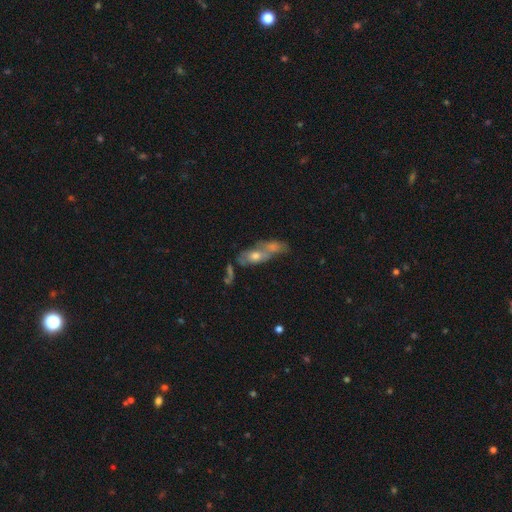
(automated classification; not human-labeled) Q: Smooth or featured?
A: featured or disk (53%); runner-up: smooth (34%)
Q: Edge-on disk?
A: no (73%); runner-up: yes (27%)
Q: Merging?
A: merger (52%); runner-up: none (26%)